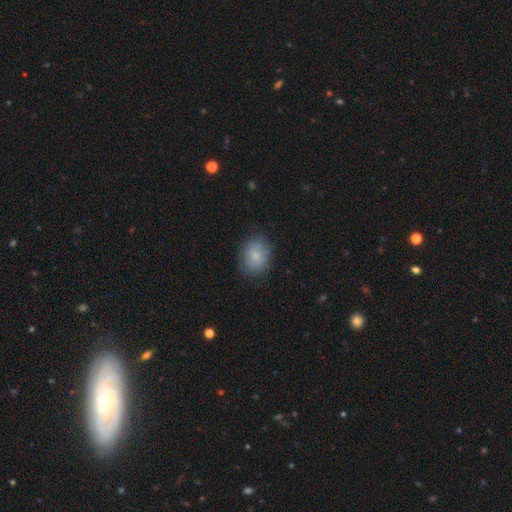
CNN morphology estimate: smooth-or-featured: smooth: 83% | featured or disk: 10% | star or artifact: 7%
  how-rounded: in between: 63% | round: 36% | cigar-shaped: 1%
  merging: none: 81% | minor disturbance: 14% | major disturbance: 4% | merger: 1%